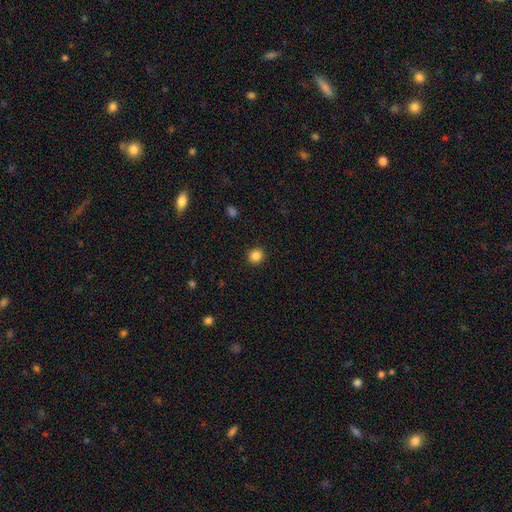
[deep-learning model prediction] A smooth galaxy with no disk features (85%) that is round (91%). Merging: none (92%).